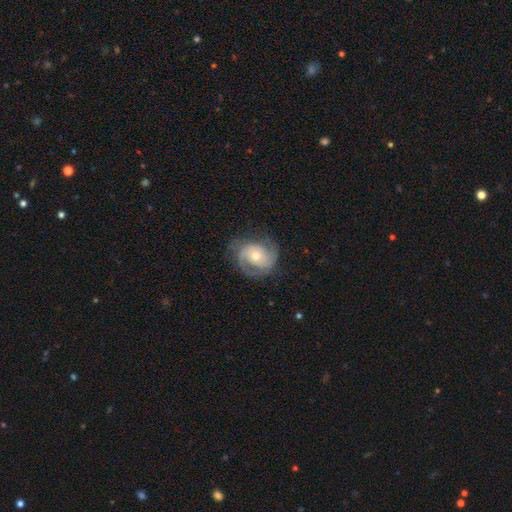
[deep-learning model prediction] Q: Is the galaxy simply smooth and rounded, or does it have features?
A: featured or disk — 81%.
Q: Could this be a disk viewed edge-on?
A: no — 98%.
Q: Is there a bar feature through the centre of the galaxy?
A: no — 68%.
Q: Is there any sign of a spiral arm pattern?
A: yes — 93%.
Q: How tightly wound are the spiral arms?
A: tight — 49%.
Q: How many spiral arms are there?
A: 2 — 63%.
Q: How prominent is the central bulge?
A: moderate — 56%.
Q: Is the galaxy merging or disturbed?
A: none — 71%.